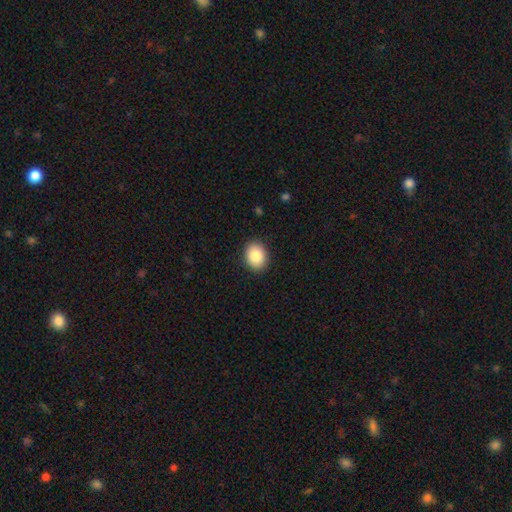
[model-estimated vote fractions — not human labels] smooth_or_featured: smooth (p=0.87) [alt: star or artifact p=0.07]
how_rounded: in between (p=0.59) [alt: round p=0.40]
merging: none (p=0.90) [alt: minor disturbance p=0.07]